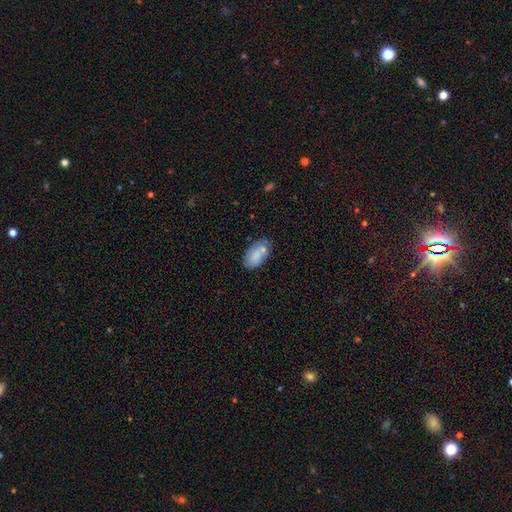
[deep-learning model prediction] Smooth or featured?
  - smooth: 78% *
  - featured or disk: 14%
  - star or artifact: 7%
How rounded?
  - in between: 93% *
  - round: 4%
  - cigar-shaped: 2%
Merging?
  - none: 65% *
  - minor disturbance: 19%
  - merger: 11%
  - major disturbance: 5%